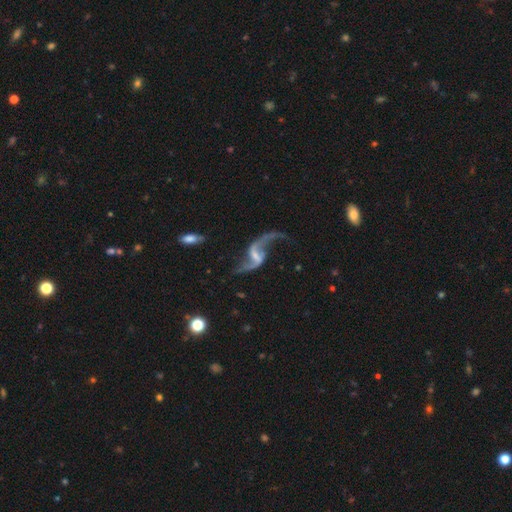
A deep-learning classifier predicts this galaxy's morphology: featured or disk 91%, star or artifact 5%, smooth 4%. Down the decision tree: edge-on disk — no (97%); bar — weak (48%); spiral arms — yes (96%); spiral arm count — 2 (92%); spiral winding — loose (92%); bulge size — small (46%); merging — none (64%).